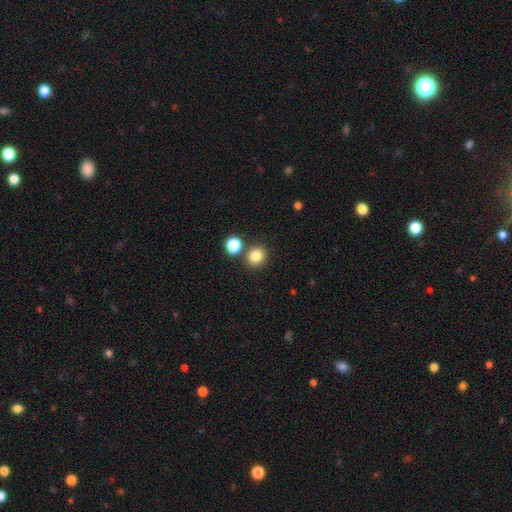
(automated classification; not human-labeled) This is clearly a smooth galaxy (83%). How rounded: clearly round (83%). Merging: likely none (79%).